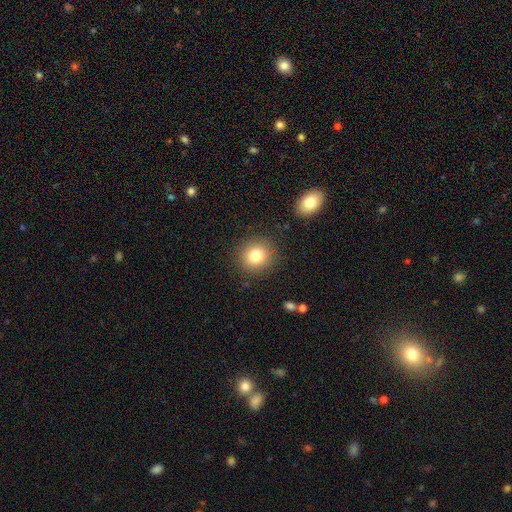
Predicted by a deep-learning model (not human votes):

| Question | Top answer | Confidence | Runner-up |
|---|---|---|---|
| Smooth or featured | smooth | 80% | star or artifact (12%) |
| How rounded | round | 86% | in between (13%) |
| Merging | none | 87% | minor disturbance (8%) |